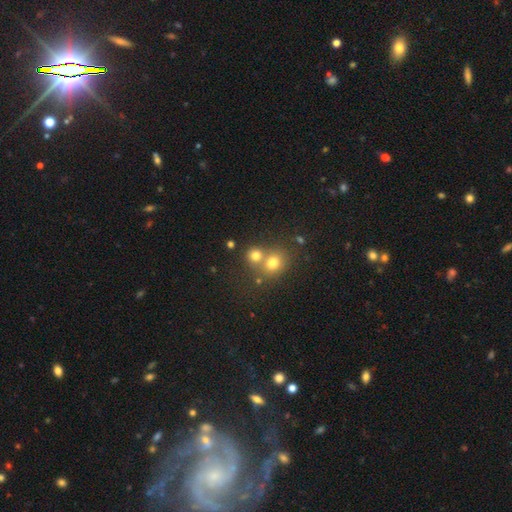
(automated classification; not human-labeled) A smooth galaxy with no disk features (74%) that is round (79%).

Vote fractions:
- Smooth or featured? smooth: 74% / star or artifact: 15% / featured or disk: 11%
- How rounded? round: 79% / in between: 20% / cigar-shaped: 1%
- Merging? merger: 47% / none: 43% / minor disturbance: 7% / major disturbance: 3%